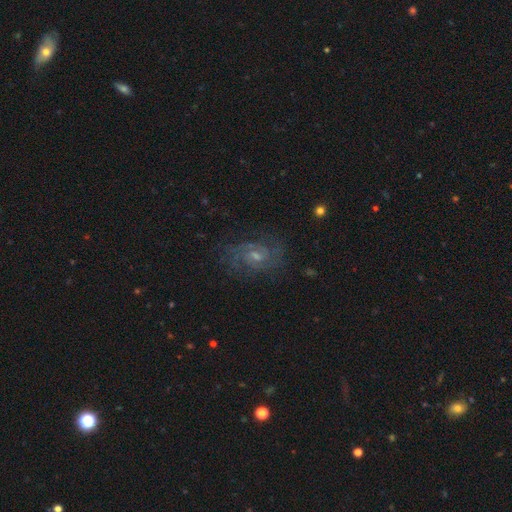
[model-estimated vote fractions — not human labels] Smooth or featured: featured or disk — 74% (smooth — 13%)
Edge-on disk: no — 96% (yes — 4%)
Bar: no — 49% (weak — 44%)
Spiral arms: yes — 92% (no — 8%)
Spiral winding: medium — 45% (tight — 41%)
Spiral arm count: 2 — 44% (can't tell — 30%)
Bulge size: small — 49% (moderate — 42%)
Merging: none — 74% (minor disturbance — 16%)